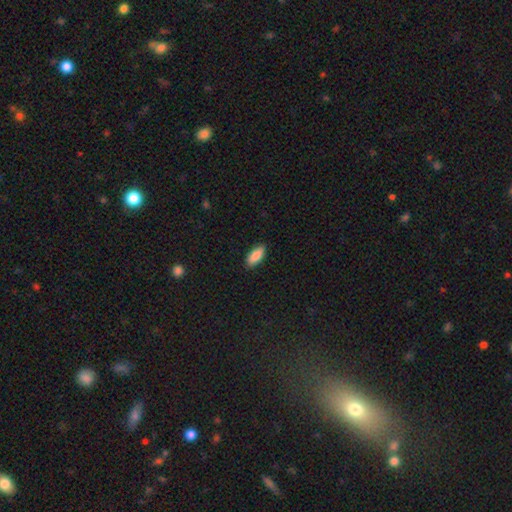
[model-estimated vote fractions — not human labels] This appears to be a smooth galaxy with no disk features (87%) that is in between round and cigar-shaped (84%). Merging: none (88%).